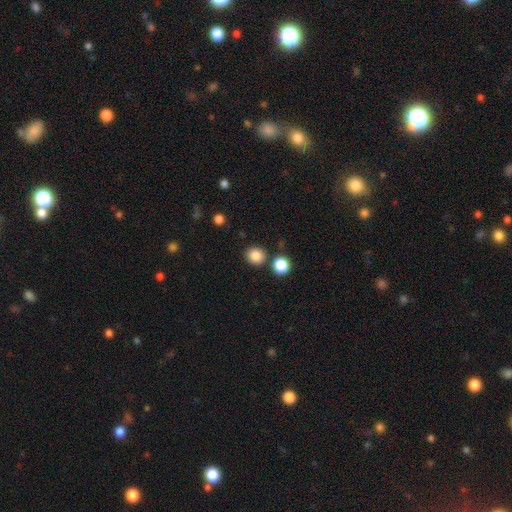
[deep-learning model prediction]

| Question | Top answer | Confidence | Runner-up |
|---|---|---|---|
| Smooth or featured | smooth | 86% | star or artifact (11%) |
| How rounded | round | 88% | in between (12%) |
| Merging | none | 82% | merger (8%) |